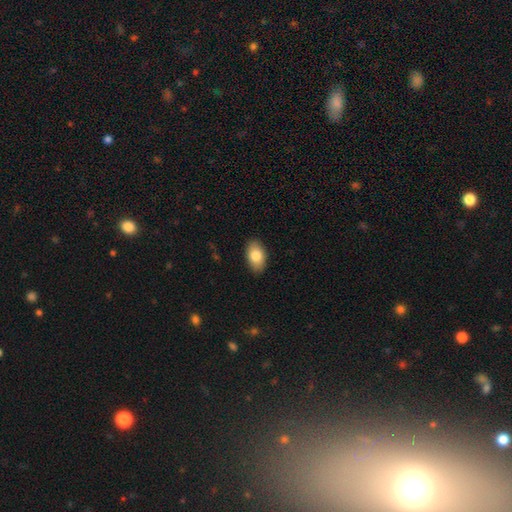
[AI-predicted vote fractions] Smooth or featured? smooth (84%)
How rounded? in between (92%)
Merging? none (88%)